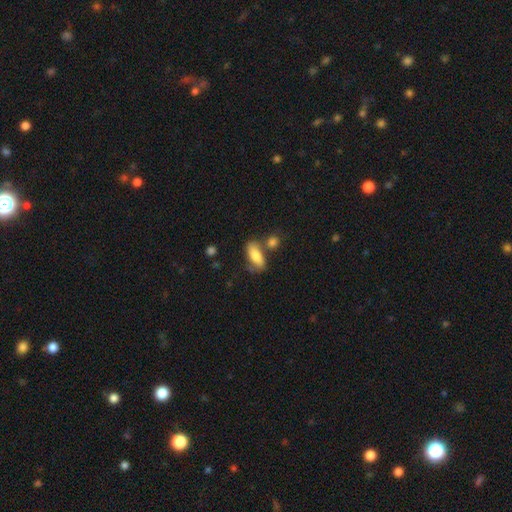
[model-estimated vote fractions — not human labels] smooth 78%, featured or disk 15%, star or artifact 7%. Down the decision tree: how rounded — in between (80%); merging — none (57%).